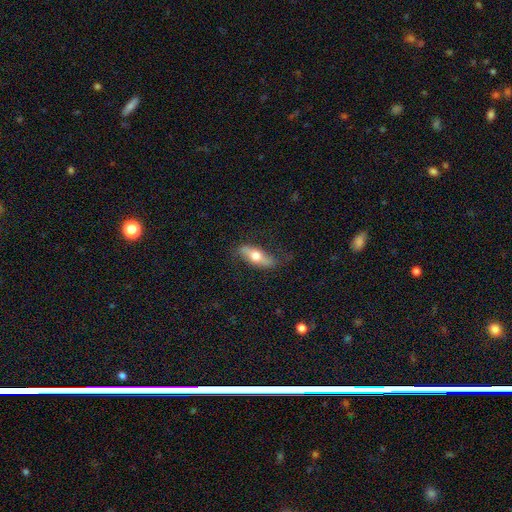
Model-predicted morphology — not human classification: This appears to be a smooth galaxy with no disk features (51%) that is in between round and cigar-shaped (59%). Merging: none (73%).